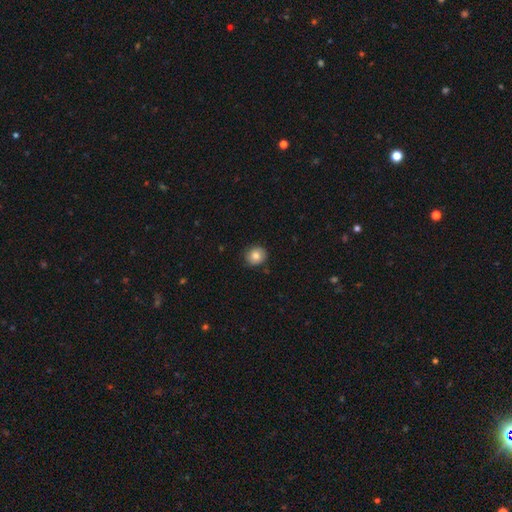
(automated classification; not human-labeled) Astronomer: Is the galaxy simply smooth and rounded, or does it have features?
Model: smooth — 80%.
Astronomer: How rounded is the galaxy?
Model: round — 83%.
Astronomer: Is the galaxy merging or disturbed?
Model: none — 86%.